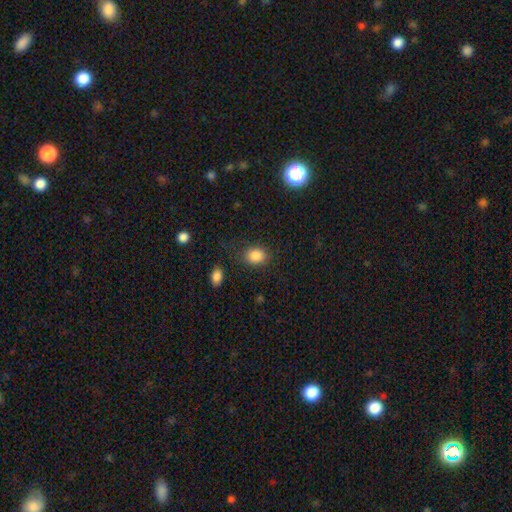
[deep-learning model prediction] A smooth galaxy with no disk features (85%) that is in between round and cigar-shaped (52%).

Vote fractions:
- Smooth or featured? smooth: 85% / star or artifact: 10% / featured or disk: 5%
- How rounded? in between: 52% / round: 47% / cigar-shaped: 1%
- Merging? none: 78% / minor disturbance: 14% / major disturbance: 6% / merger: 3%